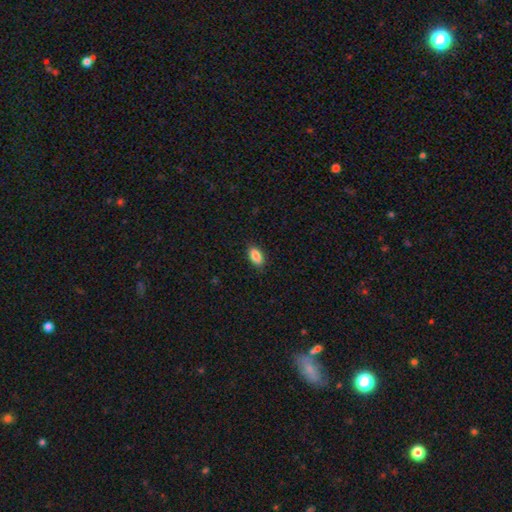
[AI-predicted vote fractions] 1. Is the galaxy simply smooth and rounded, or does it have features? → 88% smooth, 7% star or artifact, 5% featured or disk.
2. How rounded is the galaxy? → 91% in between, 5% cigar-shaped, 4% round.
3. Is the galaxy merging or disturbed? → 87% none, 10% minor disturbance, 2% major disturbance, 1% merger.